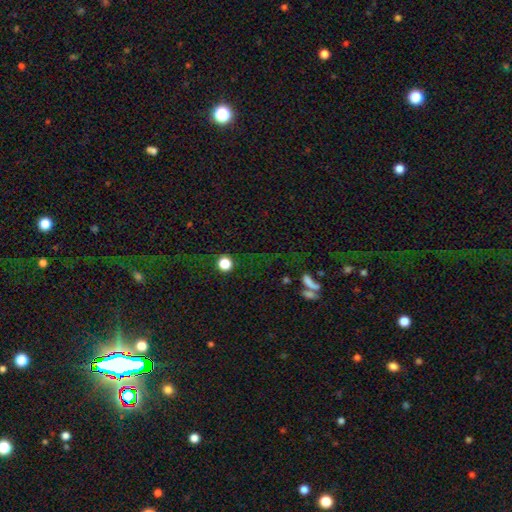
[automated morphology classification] Q: Smooth or featured?
A: star or artifact (75%); runner-up: smooth (15%)